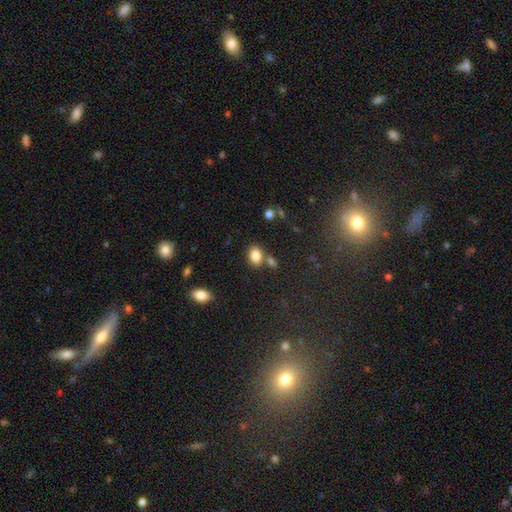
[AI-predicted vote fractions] This appears to be a smooth galaxy with no disk features (83%) that is in between round and cigar-shaped (77%). Merging: none (66%).